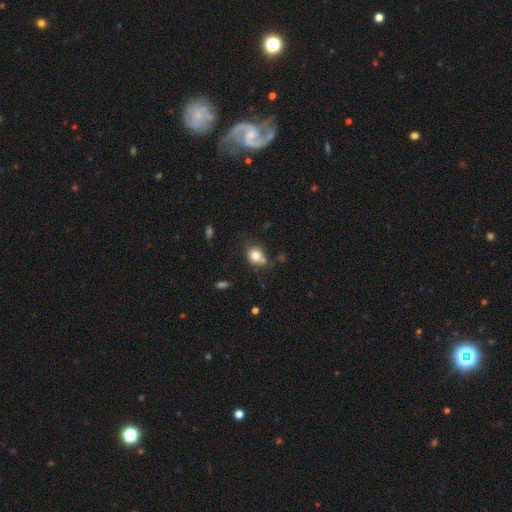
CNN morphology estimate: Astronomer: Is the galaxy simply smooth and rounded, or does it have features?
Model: smooth — 78%.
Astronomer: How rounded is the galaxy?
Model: round — 60% (runner-up: in between, 39%).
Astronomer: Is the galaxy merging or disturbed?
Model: none — 56%.